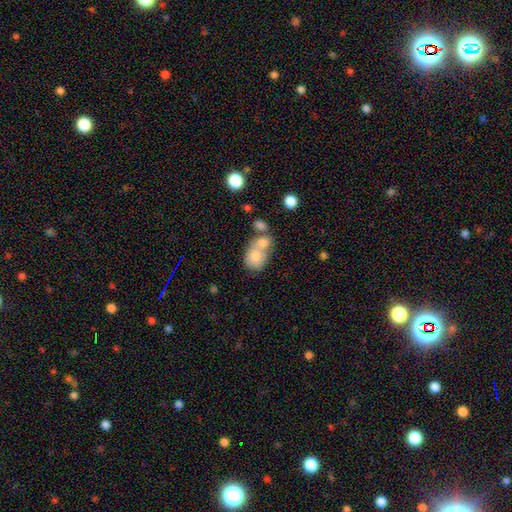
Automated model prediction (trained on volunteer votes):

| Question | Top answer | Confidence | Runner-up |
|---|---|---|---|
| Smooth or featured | smooth | 76% | featured or disk (16%) |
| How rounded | in between | 64% | round (35%) |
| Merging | merger | 62% | none (23%) |